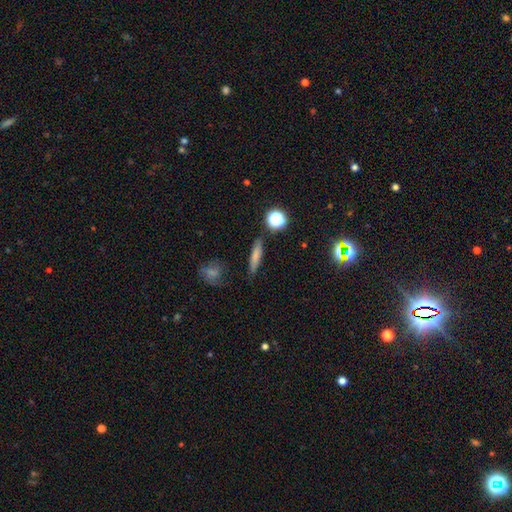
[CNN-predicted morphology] A smooth galaxy with no disk features (72%) that is cigar-shaped (80%).

Vote fractions:
- Smooth or featured? smooth: 72% / featured or disk: 17% / star or artifact: 12%
- How rounded? cigar-shaped: 80% / in between: 14% / round: 7%
- Merging? none: 84% / minor disturbance: 10% / merger: 3% / major disturbance: 3%